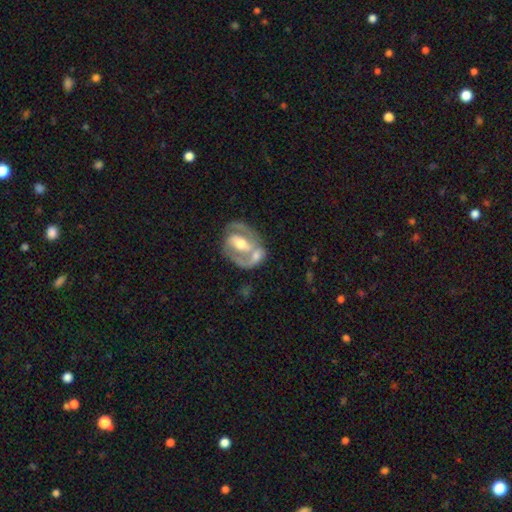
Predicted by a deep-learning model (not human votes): Smooth or featured?
  - featured or disk: 74% *
  - smooth: 20%
  - star or artifact: 6%
Edge-on disk?
  - no: 95% *
  - yes: 5%
Bar?
  - weak: 36% *
  - strong: 35%
  - no: 29%
Spiral arms?
  - yes: 73% *
  - no: 27%
Spiral winding?
  - medium: 47% *
  - tight: 34%
  - loose: 19%
Spiral arm count?
  - 2: 77% *
  - can't tell: 10%
  - 1: 9%
  - 3: 2%
  - 4: 1%
  - more than 4: 1%
Bulge size?
  - moderate: 71% *
  - small: 16%
  - large: 11%
  - none: 2%
  - dominant: 1%
Merging?
  - merger: 41% *
  - none: 38%
  - minor disturbance: 13%
  - major disturbance: 9%